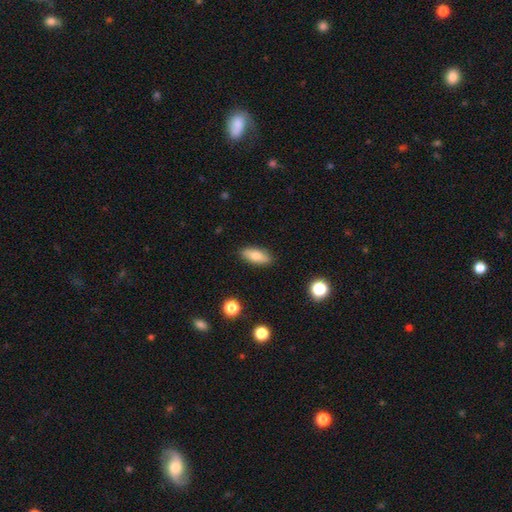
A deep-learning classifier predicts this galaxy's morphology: A smooth galaxy with no disk features (76%) that is in between round and cigar-shaped (74%).

Vote fractions:
- Smooth or featured? smooth: 76% / featured or disk: 17% / star or artifact: 7%
- How rounded? in between: 74% / cigar-shaped: 23% / round: 3%
- Merging? none: 88% / minor disturbance: 9% / major disturbance: 2% / merger: 1%